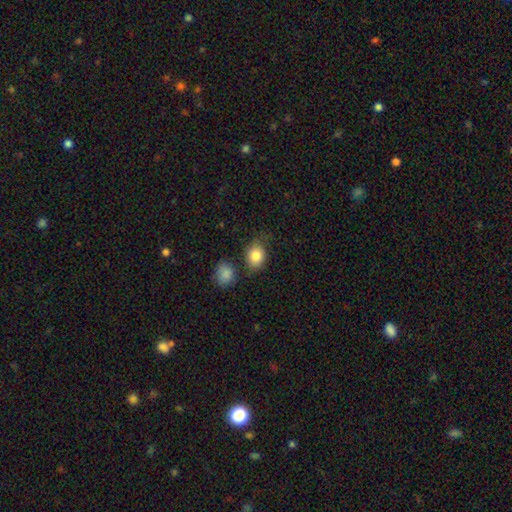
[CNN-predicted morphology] Smooth or featured: smooth — 84% (star or artifact — 9%)
How rounded: in between — 50% (round — 49%)
Merging: none — 67% (minor disturbance — 19%)